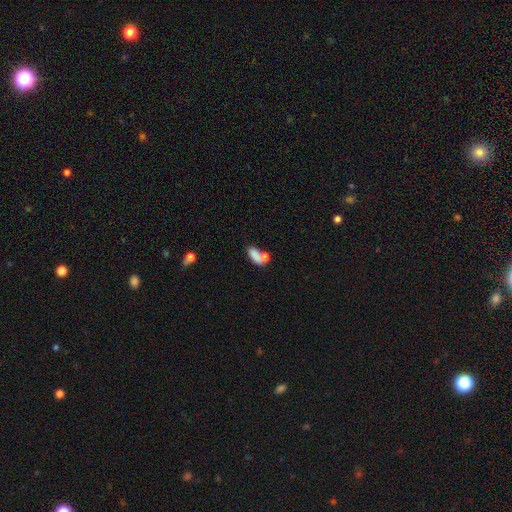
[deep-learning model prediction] This appears to be a smooth galaxy with no disk features (75%) that is in between round and cigar-shaped (83%). Merging: merger (41%).